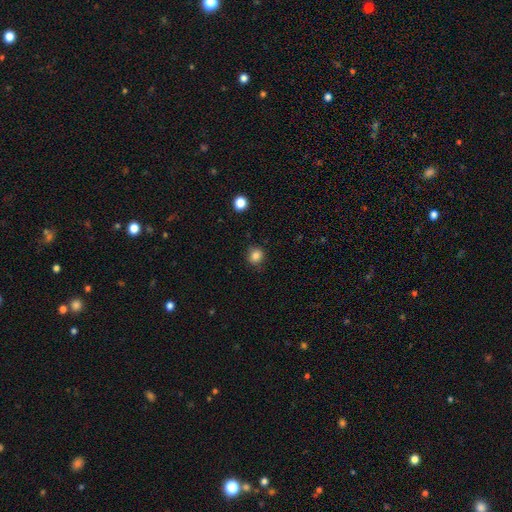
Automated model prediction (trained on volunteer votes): Q: Smooth or featured?
A: smooth (84%); runner-up: star or artifact (11%)
Q: How rounded?
A: round (85%); runner-up: in between (15%)
Q: Merging?
A: none (83%); runner-up: minor disturbance (12%)